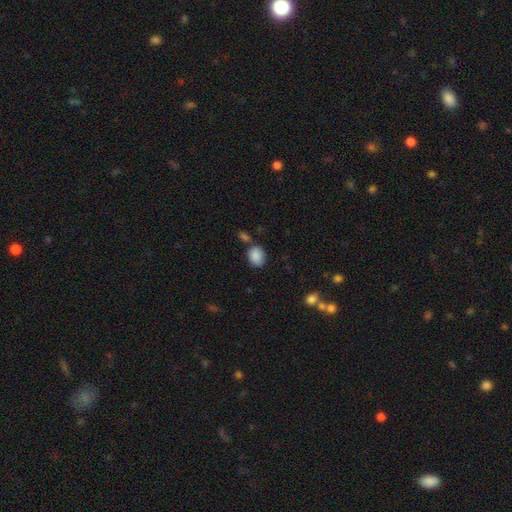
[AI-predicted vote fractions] A smooth galaxy with no disk features (87%) that is in between round and cigar-shaped (56%). Merging: none (70%).